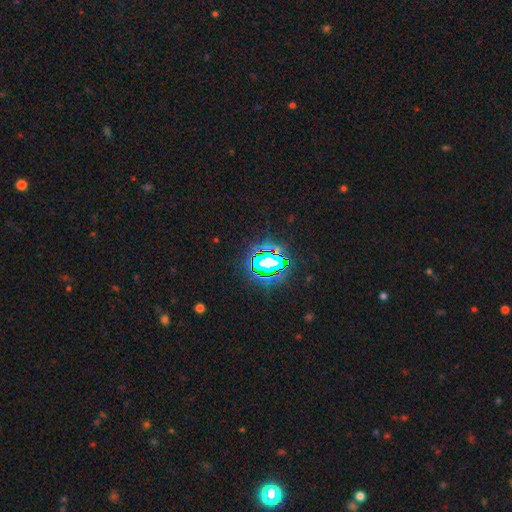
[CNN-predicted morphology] This is clearly a star or artifact rather than a galaxy (83%).